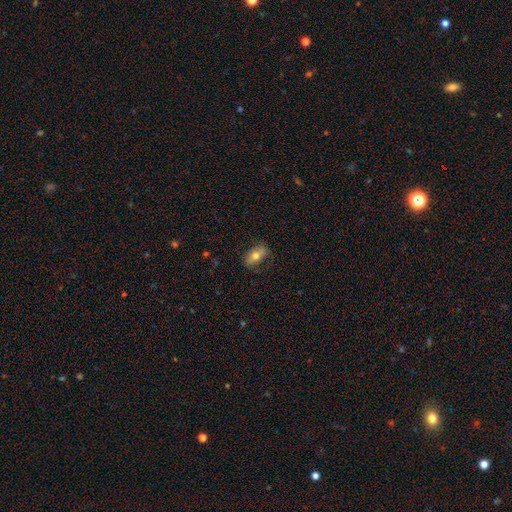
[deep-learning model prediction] This is likely a smooth galaxy (61%). How rounded: clearly in between (82%). Merging: likely none (74%).